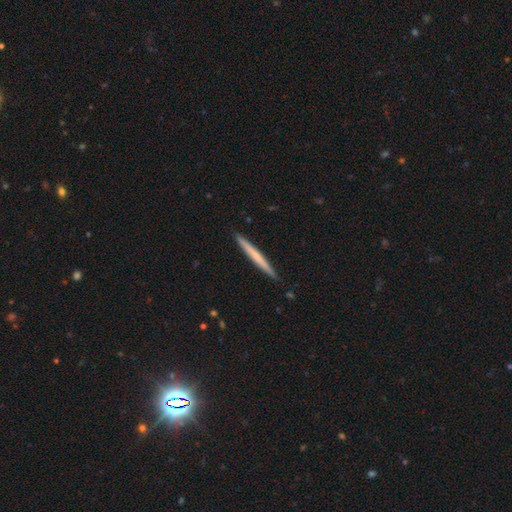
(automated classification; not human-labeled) Smooth or featured? smooth (53%)
How rounded? cigar-shaped (97%)
Merging? none (92%)